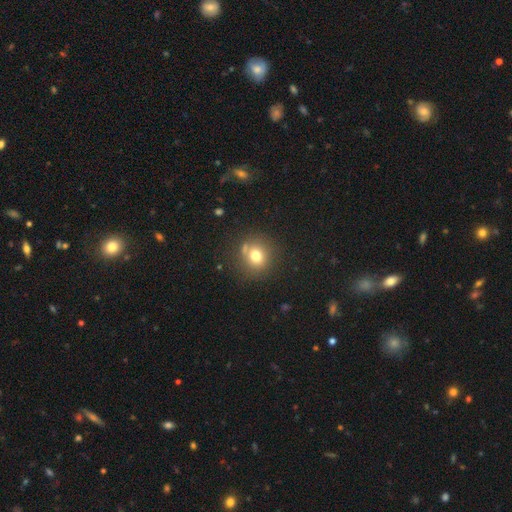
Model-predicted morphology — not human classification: Smooth or featured?
  - smooth: 75% *
  - star or artifact: 14%
  - featured or disk: 12%
How rounded?
  - round: 84% *
  - in between: 15%
  - cigar-shaped: 1%
Merging?
  - none: 72% *
  - minor disturbance: 14%
  - merger: 9%
  - major disturbance: 5%